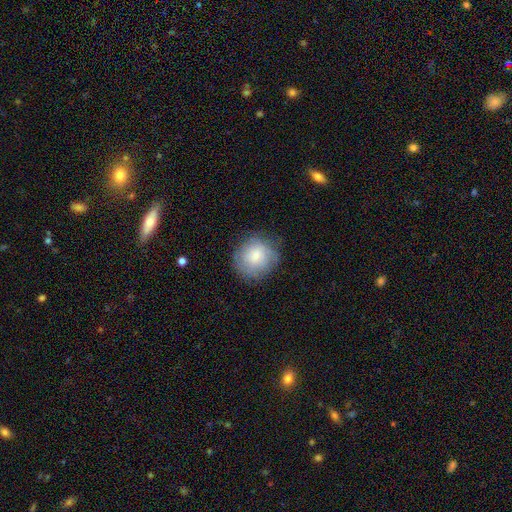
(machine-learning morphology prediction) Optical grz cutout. It shows a smooth galaxy with no disk features (71%) that is round (86%). Merging: none (72%).